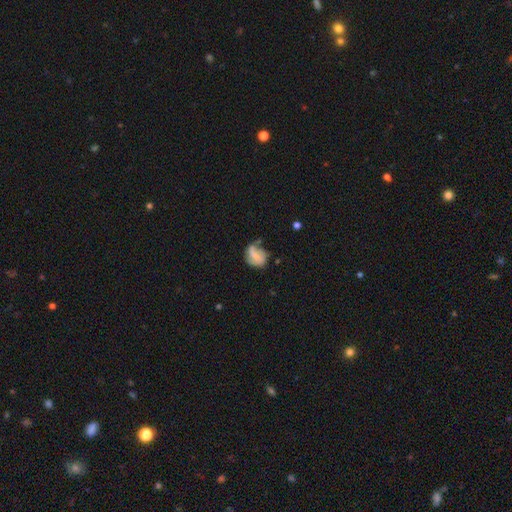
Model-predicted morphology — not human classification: Smooth or featured? featured or disk (47%)
Merging? none (40%)